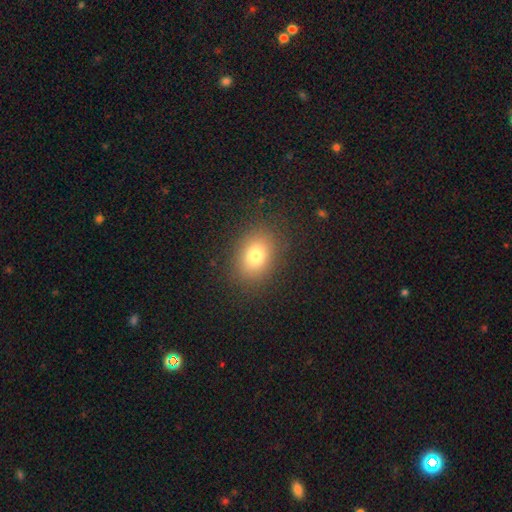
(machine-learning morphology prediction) This appears to be a smooth galaxy with no disk features (77%) that is in between round and cigar-shaped (60%). Merging: none (86%).